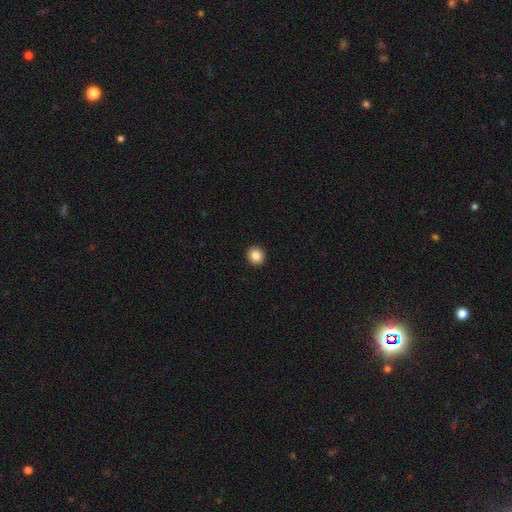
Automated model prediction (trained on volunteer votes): Smooth or featured?
  - smooth: 86% *
  - star or artifact: 9%
  - featured or disk: 5%
How rounded?
  - round: 88% *
  - in between: 11%
  - cigar-shaped: 1%
Merging?
  - none: 93% *
  - minor disturbance: 4%
  - major disturbance: 1%
  - merger: 1%